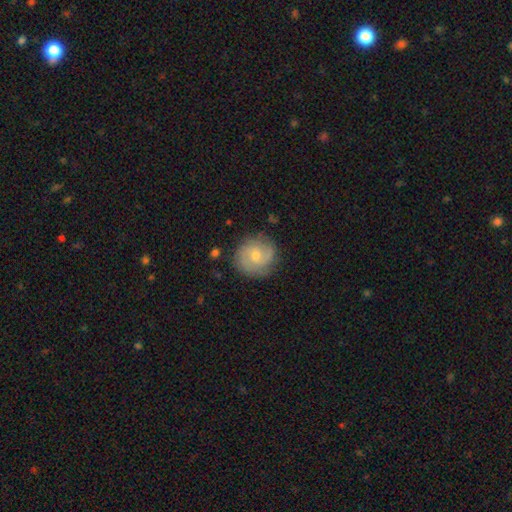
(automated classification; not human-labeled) A featured or disk galaxy (60%) with no bar (64%), 2 (57%) medium (42%, tied with tight) spiral arms (88%) and a small central bulge (50%). Merging: none (79%).